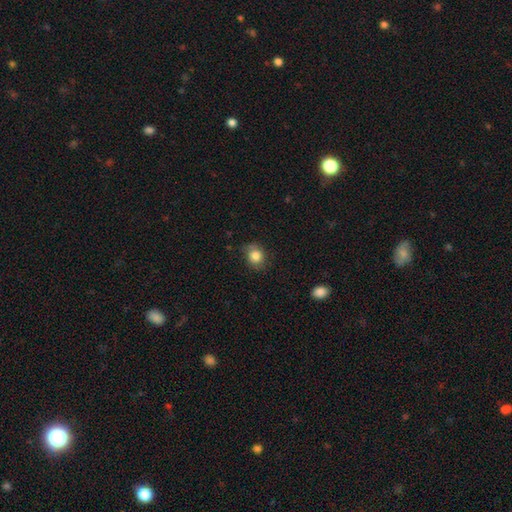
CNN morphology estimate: A smooth galaxy with no disk features (83%) that is round (72%). Merging: none (71%).